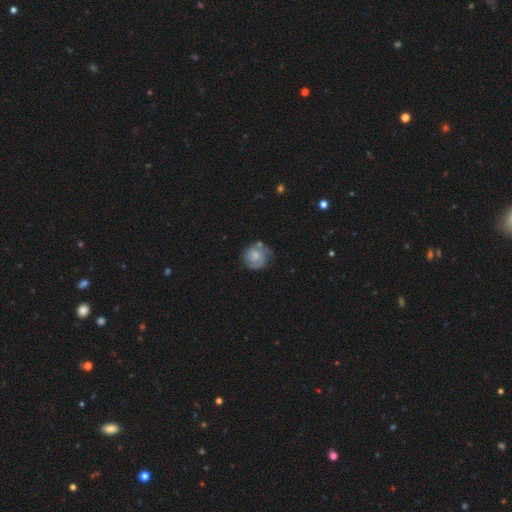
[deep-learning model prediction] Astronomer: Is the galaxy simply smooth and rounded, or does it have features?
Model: featured or disk — 62%.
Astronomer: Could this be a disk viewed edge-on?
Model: no — 98%.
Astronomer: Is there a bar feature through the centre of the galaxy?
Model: no — 75%.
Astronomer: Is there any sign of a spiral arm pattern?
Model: yes — 89%.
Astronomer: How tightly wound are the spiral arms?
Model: tight — 63%.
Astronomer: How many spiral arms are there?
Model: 2 — 51%.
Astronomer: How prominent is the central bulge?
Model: small — 47% (runner-up: moderate, 40%).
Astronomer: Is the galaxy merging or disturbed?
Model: none — 65%.